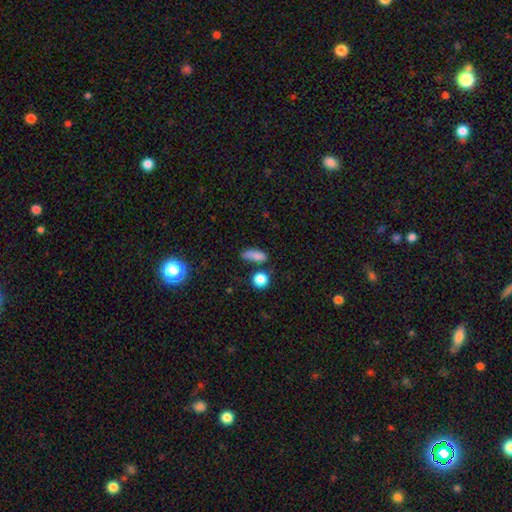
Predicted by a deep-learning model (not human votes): Smooth or featured: smooth — 80% (star or artifact — 12%)
How rounded: in between — 61% (cigar-shaped — 29%)
Merging: none — 53% (minor disturbance — 25%)